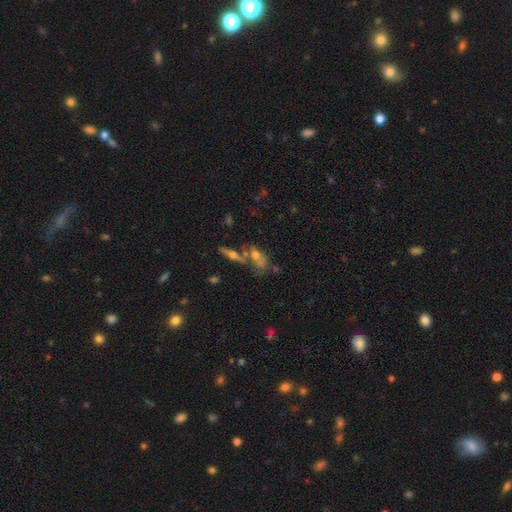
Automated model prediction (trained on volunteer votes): Morphology: type=star or artifact (39%).